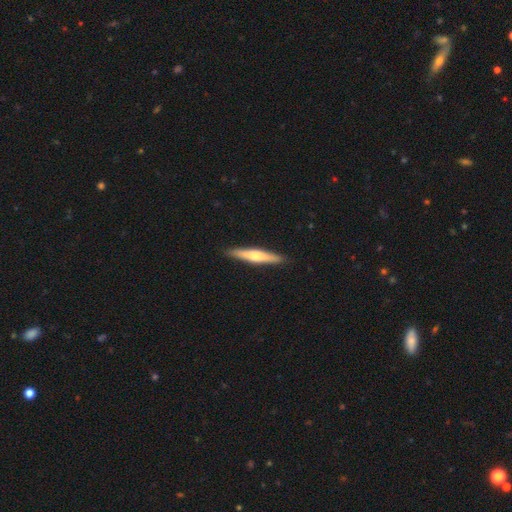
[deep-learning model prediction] Smooth or featured: smooth — 50% (featured or disk — 45%)
How rounded: cigar-shaped — 91% (in between — 8%)
Merging: none — 91% (minor disturbance — 7%)